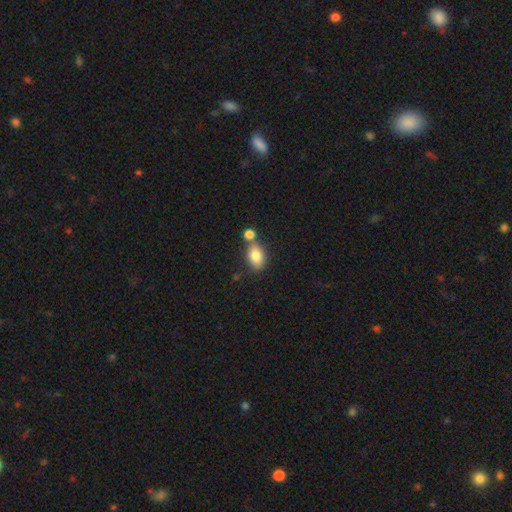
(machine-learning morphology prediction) Smooth or featured?
  - smooth: 82% *
  - featured or disk: 10%
  - star or artifact: 8%
How rounded?
  - in between: 85% *
  - round: 14%
  - cigar-shaped: 2%
Merging?
  - none: 51% *
  - merger: 32%
  - minor disturbance: 13%
  - major disturbance: 4%